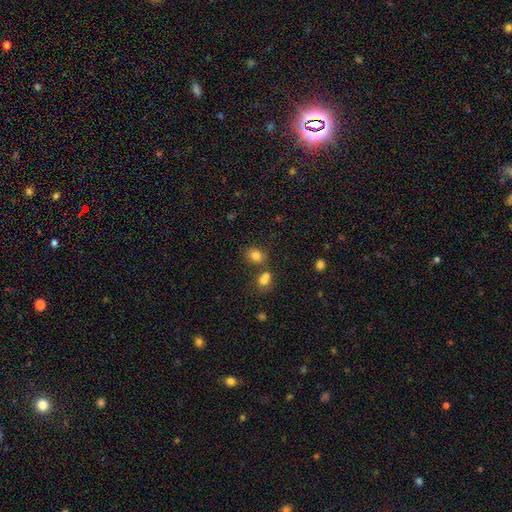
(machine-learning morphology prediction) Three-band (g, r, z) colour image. It shows a smooth galaxy with no disk features (80%) that is in between round and cigar-shaped (52%). Merging: none (62%).